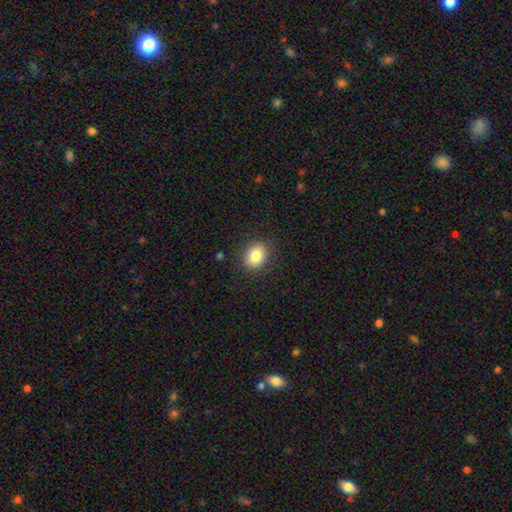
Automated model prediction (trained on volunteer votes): Smooth or featured: smooth — 83% (star or artifact — 9%)
How rounded: in between — 53% (round — 47%)
Merging: none — 86% (minor disturbance — 10%)